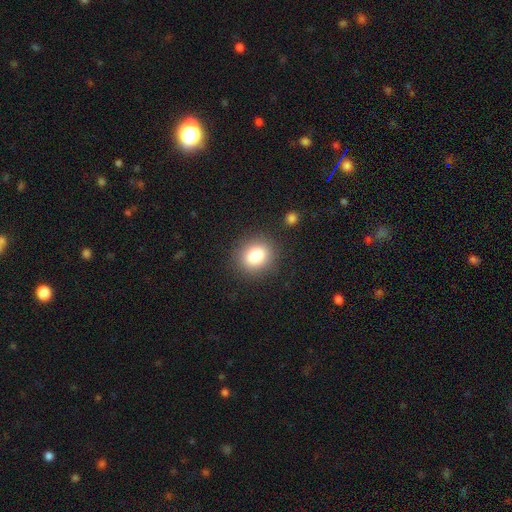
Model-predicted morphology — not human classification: Smooth or featured?
  - smooth: 80% *
  - star or artifact: 11%
  - featured or disk: 8%
How rounded?
  - round: 76% *
  - in between: 23%
  - cigar-shaped: 1%
Merging?
  - none: 88% *
  - minor disturbance: 7%
  - major disturbance: 3%
  - merger: 2%